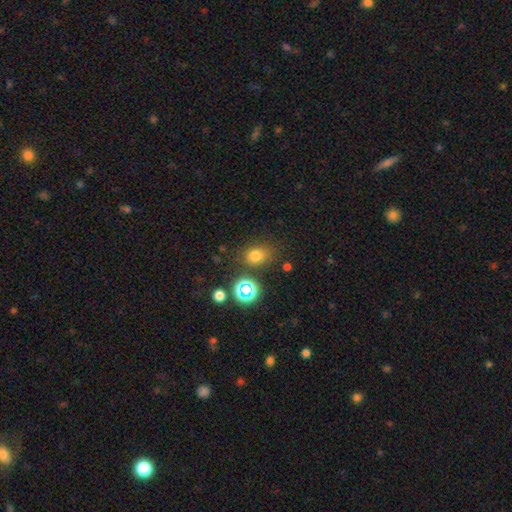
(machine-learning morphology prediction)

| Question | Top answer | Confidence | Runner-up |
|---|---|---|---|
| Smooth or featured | smooth | 72% | star or artifact (21%) |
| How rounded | round | 50% | in between (49%) |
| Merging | none | 73% | minor disturbance (15%) |